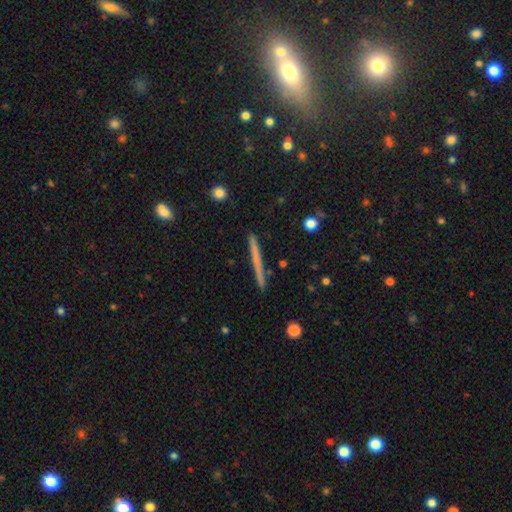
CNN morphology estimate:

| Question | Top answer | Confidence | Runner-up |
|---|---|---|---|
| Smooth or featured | smooth | 51% | featured or disk (42%) |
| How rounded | cigar-shaped | 96% | in between (2%) |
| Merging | none | 90% | minor disturbance (7%) |